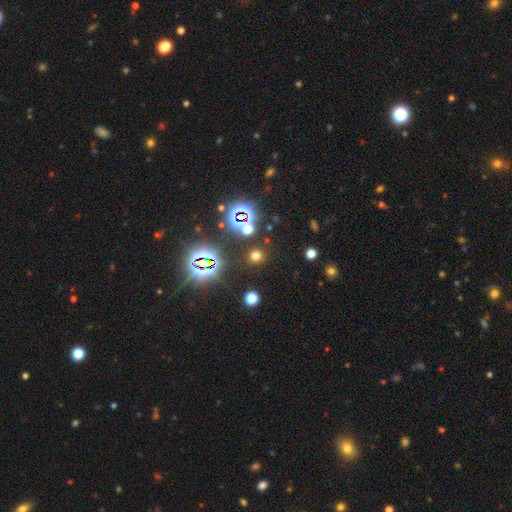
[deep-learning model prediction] Smooth or featured?
  - smooth: 60% *
  - star or artifact: 34%
  - featured or disk: 6%
How rounded?
  - round: 92% *
  - in between: 7%
  - cigar-shaped: 1%
Merging?
  - none: 86% *
  - minor disturbance: 6%
  - merger: 4%
  - major disturbance: 3%